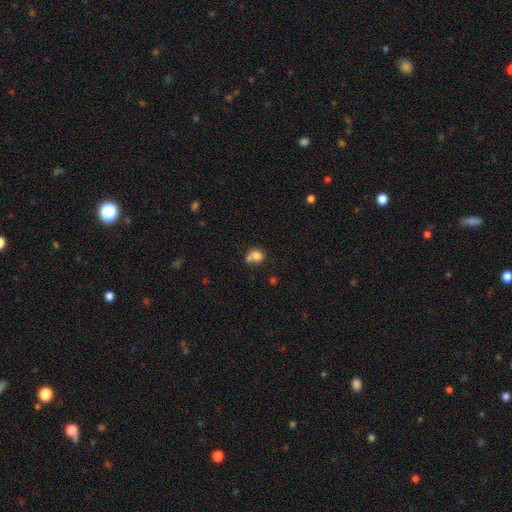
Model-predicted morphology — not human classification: Smooth or featured: smooth — 77% (featured or disk — 13%)
How rounded: round — 61% (in between — 38%)
Merging: merger — 43% (none — 34%)